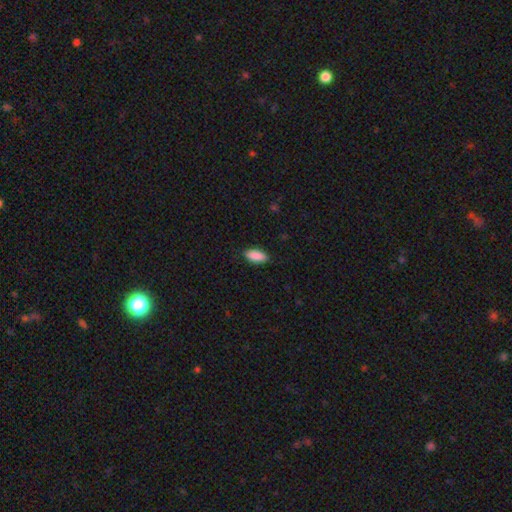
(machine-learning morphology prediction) Smooth or featured?
  - smooth: 90% *
  - star or artifact: 6%
  - featured or disk: 4%
How rounded?
  - in between: 86% *
  - cigar-shaped: 12%
  - round: 2%
Merging?
  - none: 87% *
  - minor disturbance: 10%
  - major disturbance: 2%
  - merger: 1%